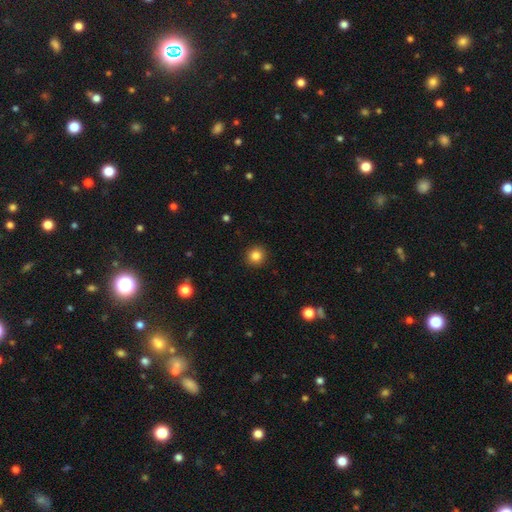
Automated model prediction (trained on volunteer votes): This appears to be a smooth galaxy with no disk features (84%) that is round (92%). Merging: none (92%).